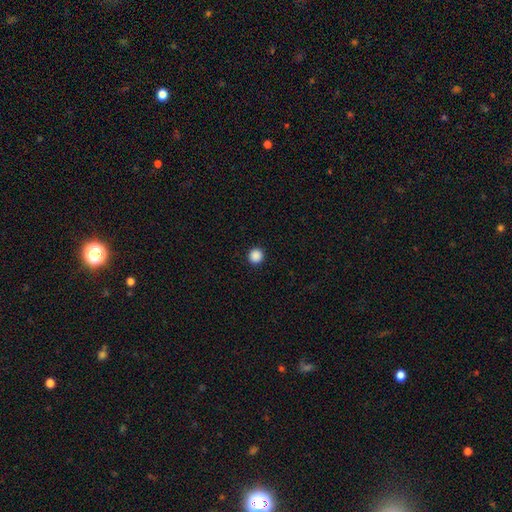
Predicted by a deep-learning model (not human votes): Overall: smooth (88%). How rounded: round (95%). Merging: none (94%).